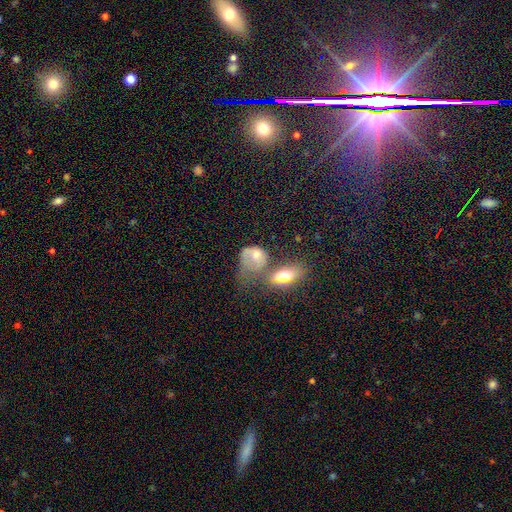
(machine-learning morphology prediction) smooth_or_featured: smooth (p=0.63) [alt: featured or disk p=0.28]
how_rounded: in between (p=0.61) [alt: round p=0.36]
merging: merger (p=0.38) [alt: major disturbance p=0.31]